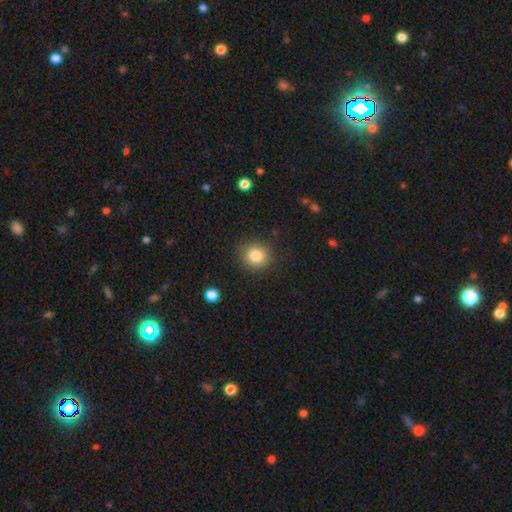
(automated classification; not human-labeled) Smooth or featured?
  - smooth: 83% *
  - star or artifact: 11%
  - featured or disk: 6%
How rounded?
  - round: 88% *
  - in between: 11%
  - cigar-shaped: 1%
Merging?
  - none: 89% *
  - minor disturbance: 8%
  - major disturbance: 2%
  - merger: 1%